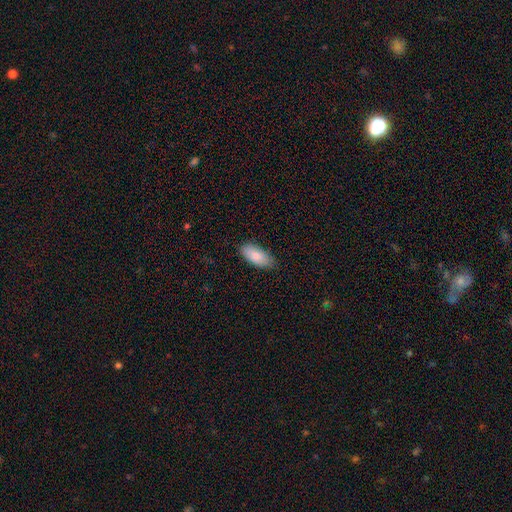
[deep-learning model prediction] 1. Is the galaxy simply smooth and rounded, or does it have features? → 83% smooth, 11% featured or disk, 6% star or artifact.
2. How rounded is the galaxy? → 89% in between, 9% cigar-shaped, 2% round.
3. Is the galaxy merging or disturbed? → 83% none, 14% minor disturbance, 2% major disturbance, 1% merger.